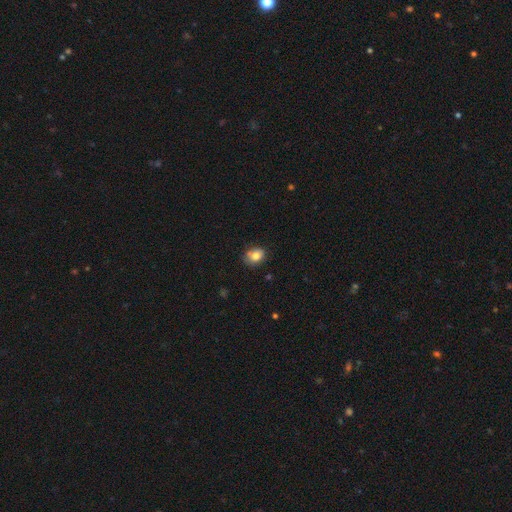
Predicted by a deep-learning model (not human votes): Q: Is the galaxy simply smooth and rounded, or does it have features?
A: smooth — 80%.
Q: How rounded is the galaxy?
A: in between — 51%.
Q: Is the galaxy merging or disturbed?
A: none — 69%.